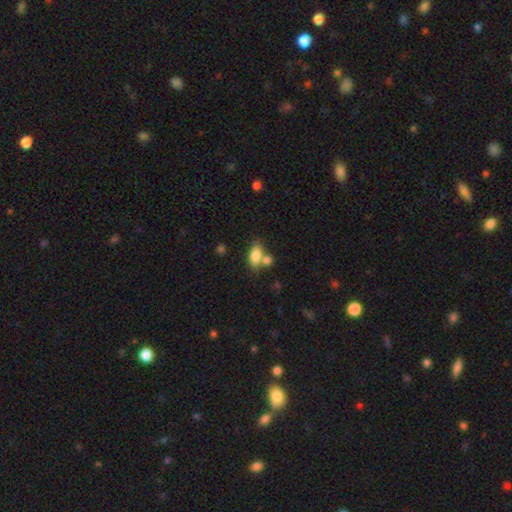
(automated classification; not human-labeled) smooth 81%, featured or disk 10%, star or artifact 9%. Down the decision tree: how rounded — in between (86%); merging — none (48%).